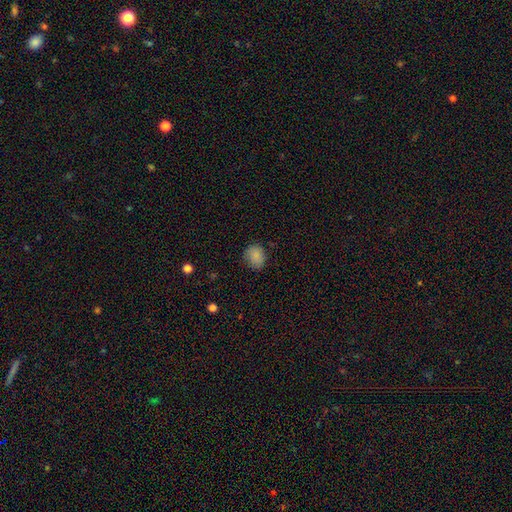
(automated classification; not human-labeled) The model was most divided on "how rounded": round: 59%, in between: 40%, cigar-shaped: 1%. More confident: smooth or featured — smooth (85%); merging — none (75%).